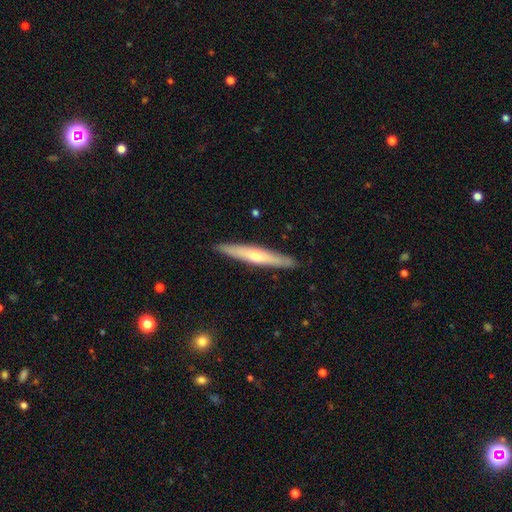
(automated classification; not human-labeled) The model was most divided on "smooth or featured": featured or disk: 52%, smooth: 43%, star or artifact: 5%. More confident: edge-on disk — yes (93%); merging — none (91%).